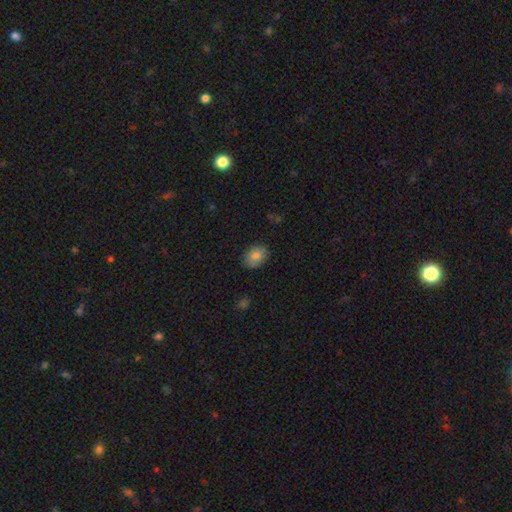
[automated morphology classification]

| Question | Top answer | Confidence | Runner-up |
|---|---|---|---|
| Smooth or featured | smooth | 83% | featured or disk (9%) |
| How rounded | in between | 72% | round (27%) |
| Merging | none | 84% | minor disturbance (12%) |